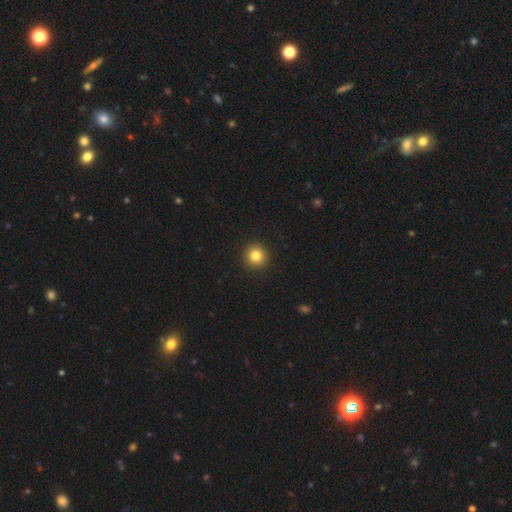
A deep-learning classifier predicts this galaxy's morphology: A smooth galaxy with no disk features (84%) that is round (94%).

Vote fractions:
- Smooth or featured? smooth: 84% / star or artifact: 11% / featured or disk: 6%
- How rounded? round: 94% / in between: 5% / cigar-shaped: 1%
- Merging? none: 93% / minor disturbance: 5% / major disturbance: 2% / merger: 1%